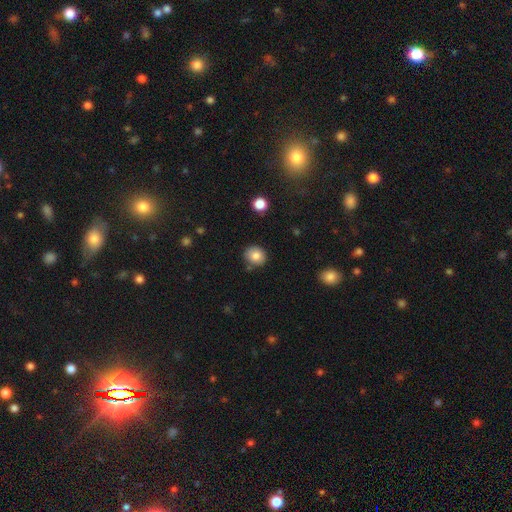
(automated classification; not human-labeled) Q: Smooth or featured?
A: smooth (82%); runner-up: star or artifact (10%)
Q: How rounded?
A: round (77%); runner-up: in between (22%)
Q: Merging?
A: none (81%); runner-up: minor disturbance (12%)